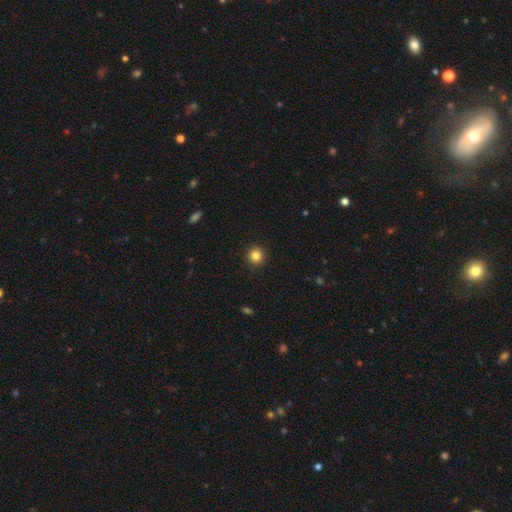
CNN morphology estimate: type=smooth (84%); roundness=round (95%); merging=none (92%).